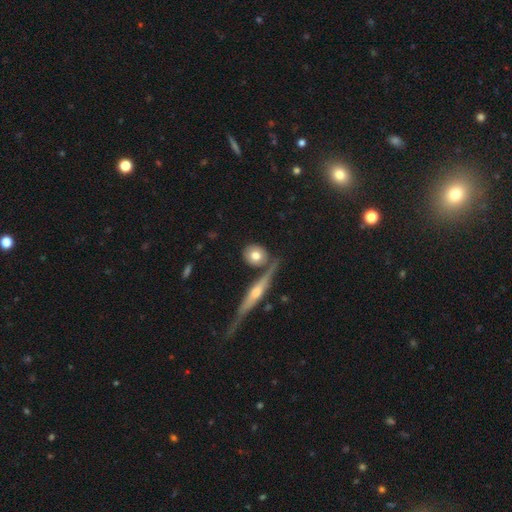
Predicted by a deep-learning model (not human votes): smooth 73%, featured or disk 20%, star or artifact 7%. Down the decision tree: how rounded — round (73%); merging — none (72%).